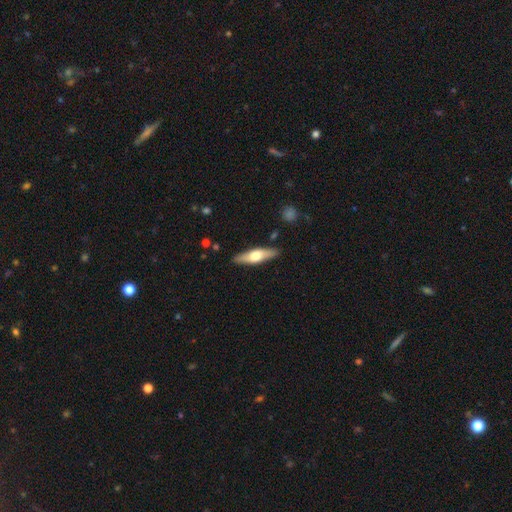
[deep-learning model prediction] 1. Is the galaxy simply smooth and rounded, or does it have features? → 51% featured or disk, 44% smooth, 5% star or artifact.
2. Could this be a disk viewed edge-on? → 90% yes, 10% no.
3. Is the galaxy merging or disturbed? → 88% none, 9% minor disturbance, 2% major disturbance, 2% merger.